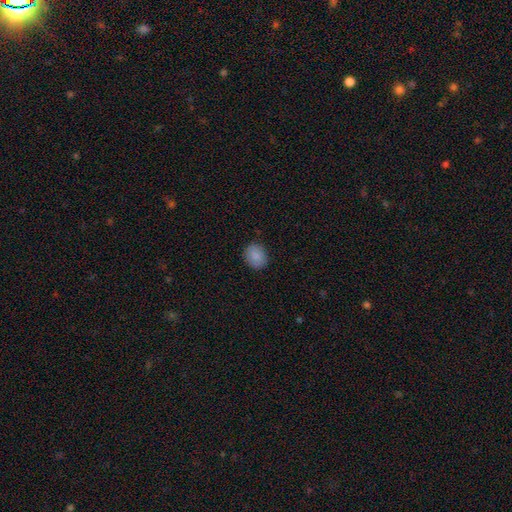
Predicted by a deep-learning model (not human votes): Morphology: type=smooth (88%); roundness=round (57%); merging=none (88%).